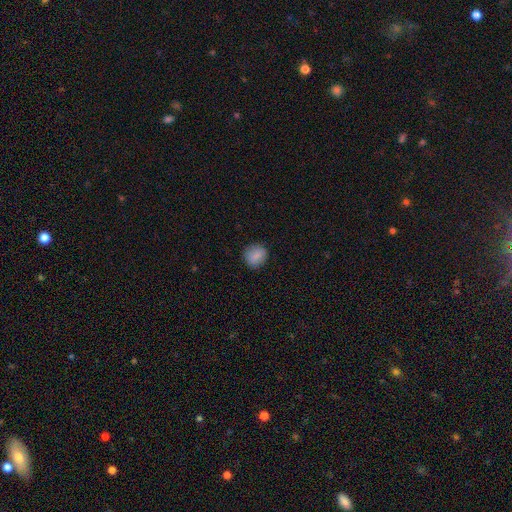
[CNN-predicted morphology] smooth_or_featured: smooth (p=0.86) [alt: star or artifact p=0.08]
how_rounded: round (p=0.78) [alt: in between p=0.21]
merging: none (p=0.87) [alt: minor disturbance p=0.10]